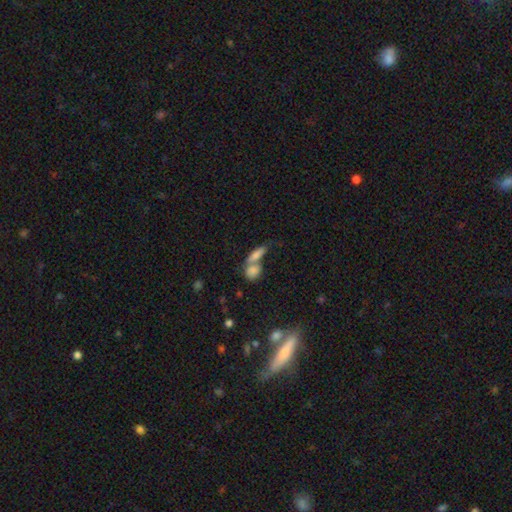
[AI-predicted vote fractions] The model was most divided on "merging": merger: 57%, none: 31%, minor disturbance: 8%, major disturbance: 5%. More confident: smooth or featured — smooth (74%); how rounded — in between (59%).